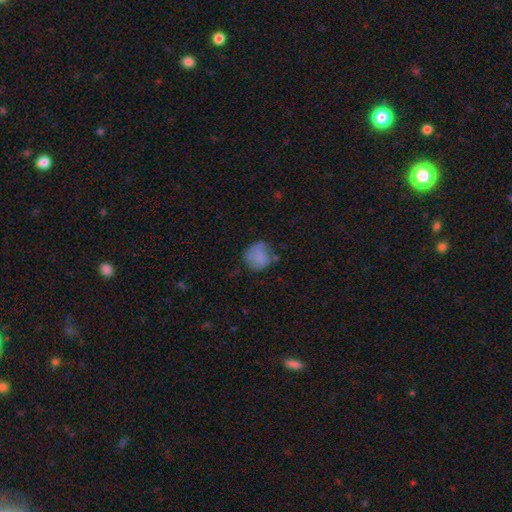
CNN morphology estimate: type=smooth (71%); roundness=round (73%); merging=none (55%).